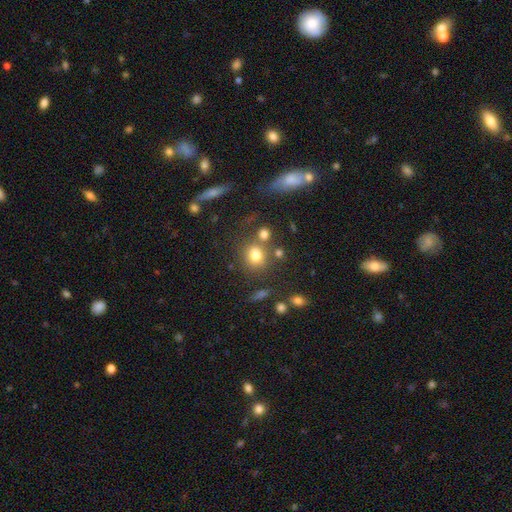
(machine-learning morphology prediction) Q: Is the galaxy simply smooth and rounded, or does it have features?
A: smooth — 75%.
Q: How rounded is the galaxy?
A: round — 68%.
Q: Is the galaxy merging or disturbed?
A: none — 63%.